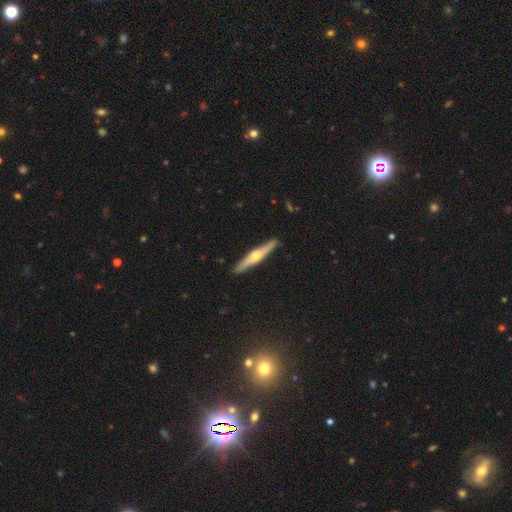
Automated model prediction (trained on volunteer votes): A featured or disk galaxy (67%) viewed edge-on (96%) with a rounded central bulge (91%). Merging: none (90%).